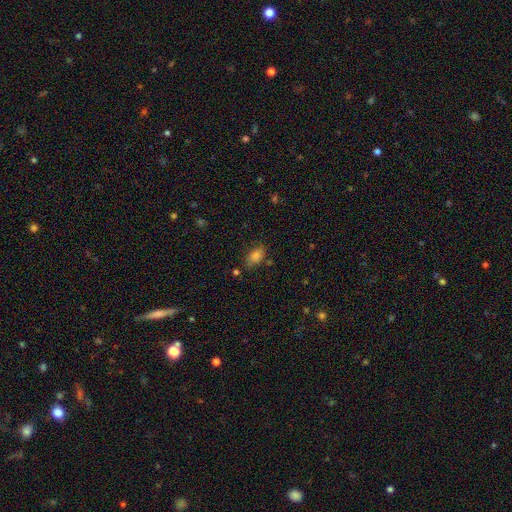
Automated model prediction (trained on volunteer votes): Smooth or featured?
  - smooth: 81% *
  - star or artifact: 11%
  - featured or disk: 8%
How rounded?
  - in between: 89% *
  - round: 8%
  - cigar-shaped: 4%
Merging?
  - none: 75% *
  - minor disturbance: 16%
  - merger: 4%
  - major disturbance: 4%